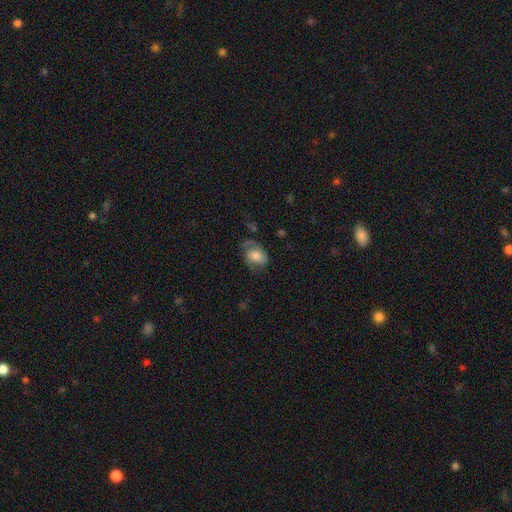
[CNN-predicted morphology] A smooth galaxy with no disk features (49%).

Vote fractions:
- Smooth or featured? smooth: 49% / featured or disk: 43% / star or artifact: 8%
- Merging? none: 48% / minor disturbance: 27% / major disturbance: 22% / merger: 3%